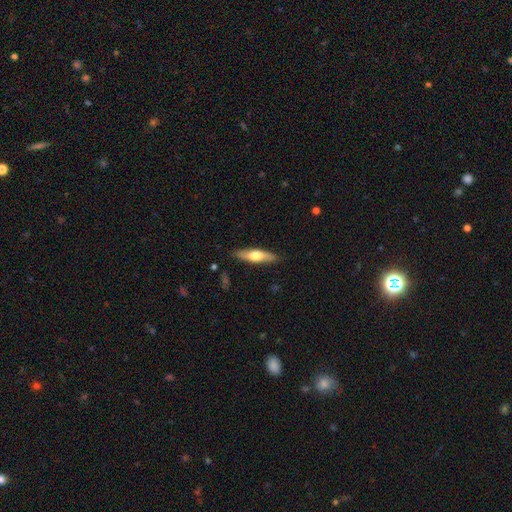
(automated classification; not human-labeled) smooth 56%, featured or disk 38%, star or artifact 5%. Down the decision tree: how rounded — cigar-shaped (70%); merging — none (86%).